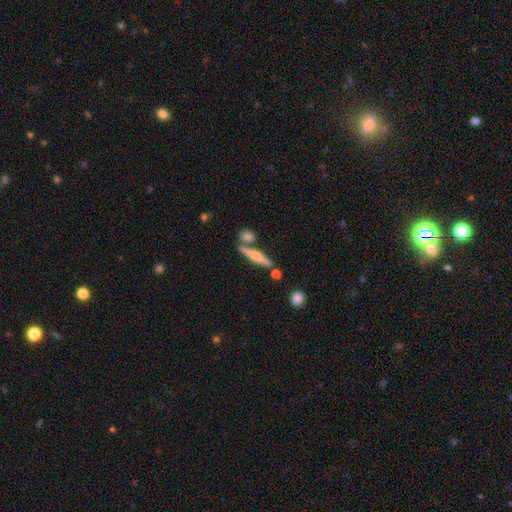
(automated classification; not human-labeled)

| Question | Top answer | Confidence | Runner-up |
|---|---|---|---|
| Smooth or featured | featured or disk | 58% | smooth (35%) |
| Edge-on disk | yes | 95% | no (5%) |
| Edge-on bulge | rounded | 82% | none (9%) |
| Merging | none | 74% | merger (13%) |